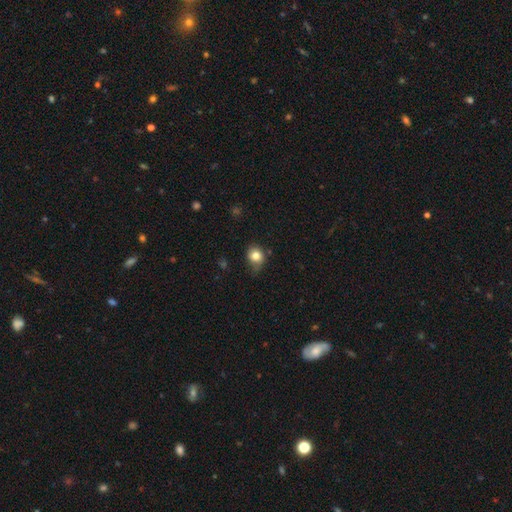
A smooth galaxy with no disk features (85%) that is round (70%).

Vote fractions:
- Smooth or featured? smooth: 85% / star or artifact: 10% / featured or disk: 5%
- How rounded? round: 70% / in between: 30% / cigar-shaped: 0%
- Merging? none: 51% / minor disturbance: 34% / major disturbance: 14% / merger: 0%